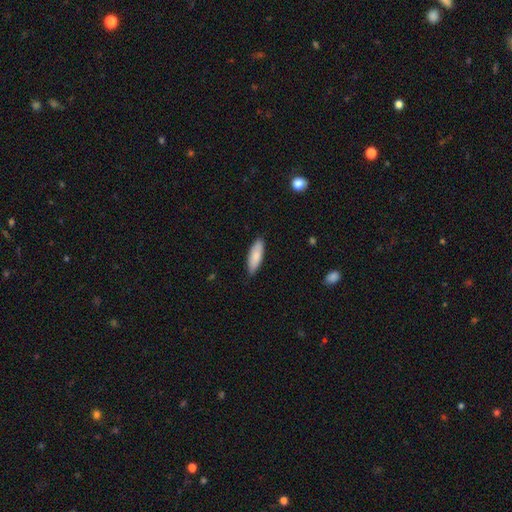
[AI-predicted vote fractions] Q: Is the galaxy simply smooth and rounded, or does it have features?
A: smooth — 84%.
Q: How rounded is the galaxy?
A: in between — 52%.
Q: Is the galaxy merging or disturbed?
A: none — 84%.